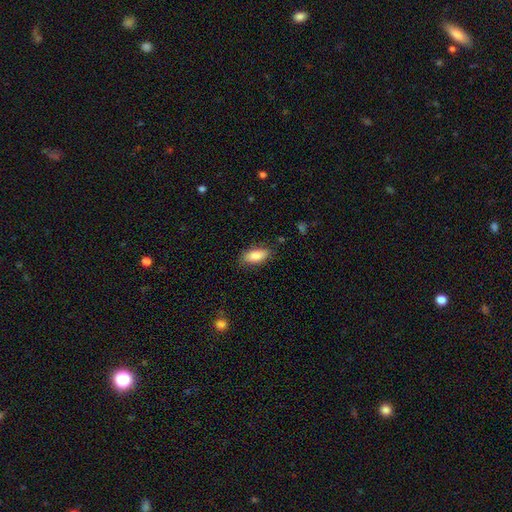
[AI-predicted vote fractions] smooth_or_featured: smooth (p=0.84) [alt: featured or disk p=0.09]
how_rounded: in between (p=0.83) [alt: cigar-shaped p=0.14]
merging: none (p=0.83) [alt: minor disturbance p=0.13]